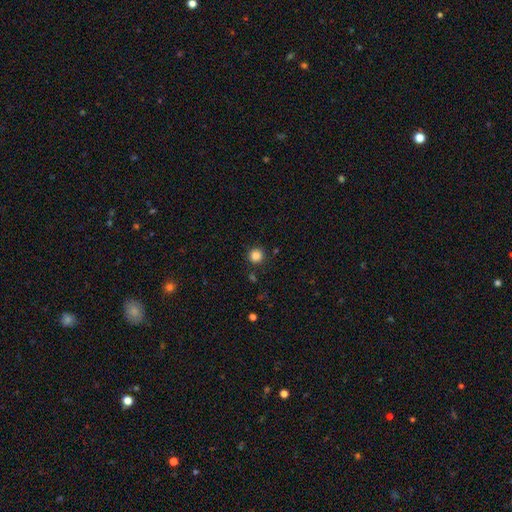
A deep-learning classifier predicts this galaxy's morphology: A smooth galaxy with no disk features (85%) that is round (94%).

Vote fractions:
- Smooth or featured? smooth: 85% / star or artifact: 12% / featured or disk: 3%
- How rounded? round: 94% / in between: 5% / cigar-shaped: 1%
- Merging? none: 89% / minor disturbance: 7% / merger: 2% / major disturbance: 2%